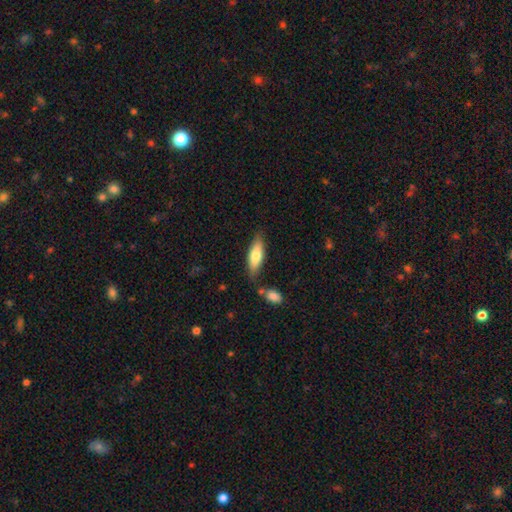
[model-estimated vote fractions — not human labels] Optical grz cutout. It shows a smooth galaxy with no disk features (73%) that is in between round and cigar-shaped (54%). Merging: none (73%).